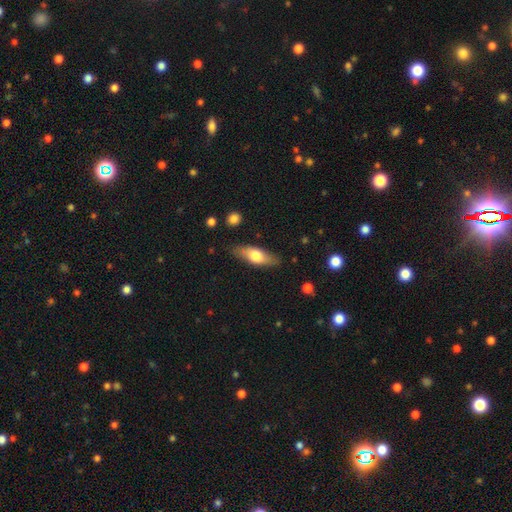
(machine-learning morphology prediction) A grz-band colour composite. It shows a smooth galaxy with no disk features (59%) that is in between round and cigar-shaped (59%). Merging: none (83%).